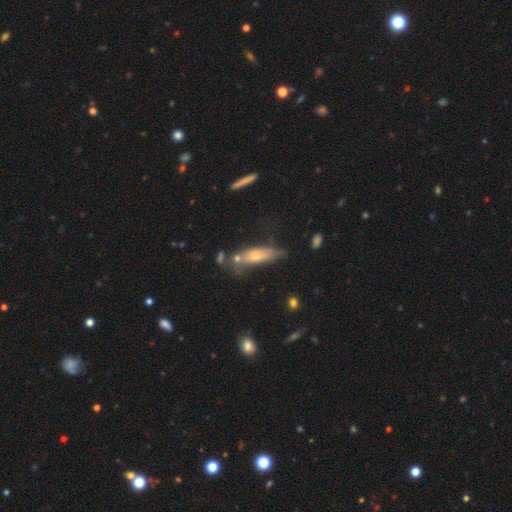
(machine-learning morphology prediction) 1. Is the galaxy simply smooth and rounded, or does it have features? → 53% smooth, 37% featured or disk, 11% star or artifact.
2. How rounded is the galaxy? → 54% cigar-shaped, 43% in between, 3% round.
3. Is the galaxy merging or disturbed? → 43% none, 27% minor disturbance, 15% major disturbance, 14% merger.